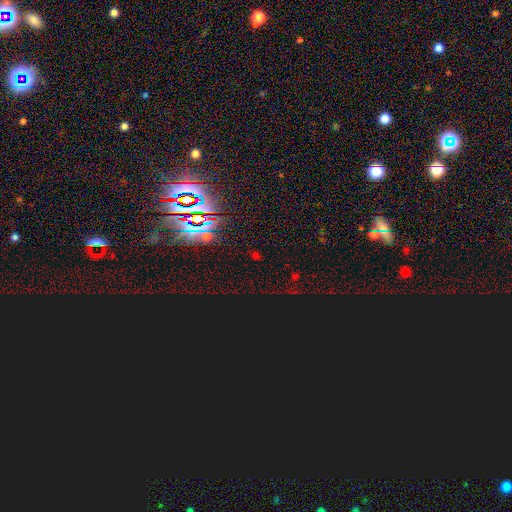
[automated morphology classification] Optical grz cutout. It shows a star or artifact, not a galaxy (76%).